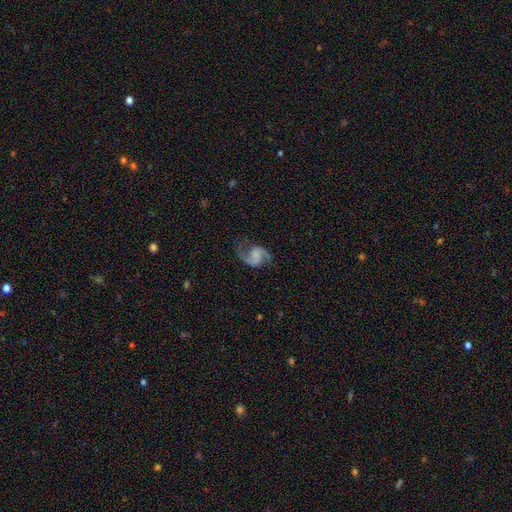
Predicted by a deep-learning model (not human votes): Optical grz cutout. It shows a featured or disk galaxy (87%) with no bar (57%), 2 (93%) loose (48%) spiral arms (97%) and no central bulge (60%). Merging: none (74%).